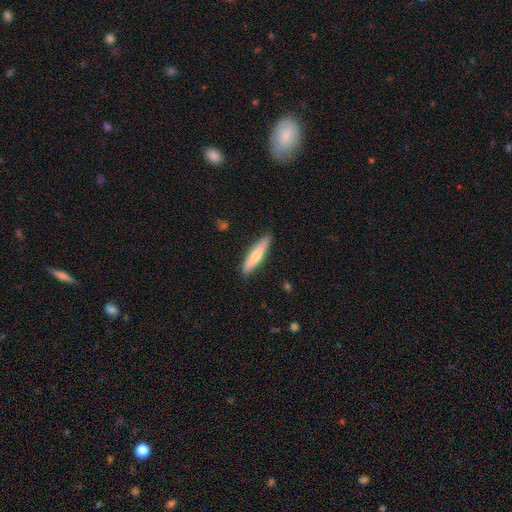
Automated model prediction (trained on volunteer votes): Overall: smooth (65%; featured or disk 30%). How rounded: cigar-shaped (78%). Merging: none (84%).